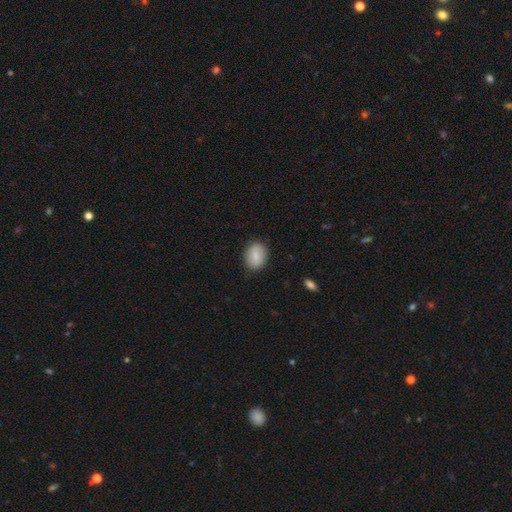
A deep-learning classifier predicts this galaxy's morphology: The model was most divided on "how rounded": in between: 60%, round: 39%, cigar-shaped: 1%. More confident: merging — none (86%); smooth or featured — smooth (80%).